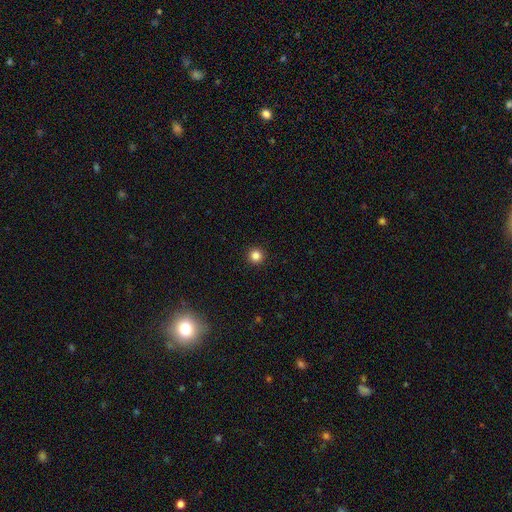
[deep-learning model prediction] Morphology: type=smooth (84%); roundness=round (96%); merging=none (94%).